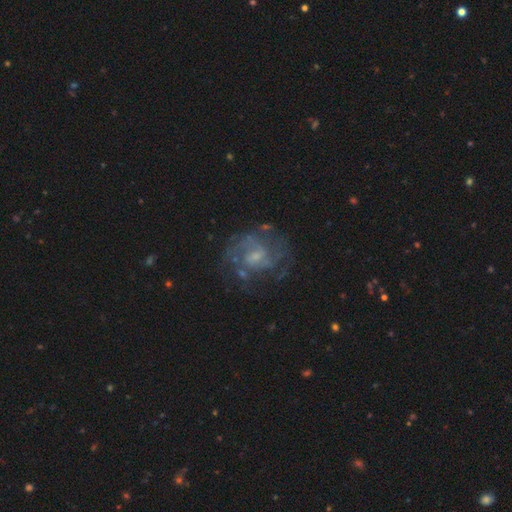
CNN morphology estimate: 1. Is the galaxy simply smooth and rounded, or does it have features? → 78% featured or disk, 14% smooth, 9% star or artifact.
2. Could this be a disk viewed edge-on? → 98% no, 2% yes.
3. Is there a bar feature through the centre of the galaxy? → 48% weak, 44% no, 8% strong.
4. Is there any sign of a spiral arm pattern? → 84% yes, 16% no.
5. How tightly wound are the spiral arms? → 45% medium, 37% tight, 18% loose.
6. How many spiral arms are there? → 35% can't tell, 32% 2, 18% 3, 6% 4, 5% 1, 4% more than 4.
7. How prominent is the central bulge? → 53% small, 31% moderate, 13% none, 3% large, 1% dominant.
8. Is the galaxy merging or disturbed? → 63% none, 18% minor disturbance, 16% major disturbance, 3% merger.